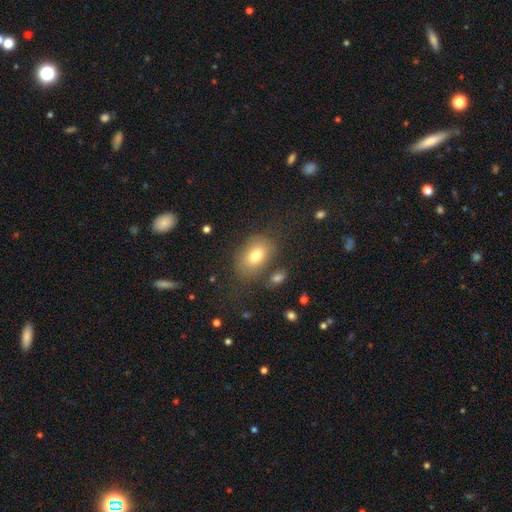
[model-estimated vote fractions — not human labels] This is likely a smooth galaxy (75%). How rounded: clearly in between (85%). Merging: likely none (71%).